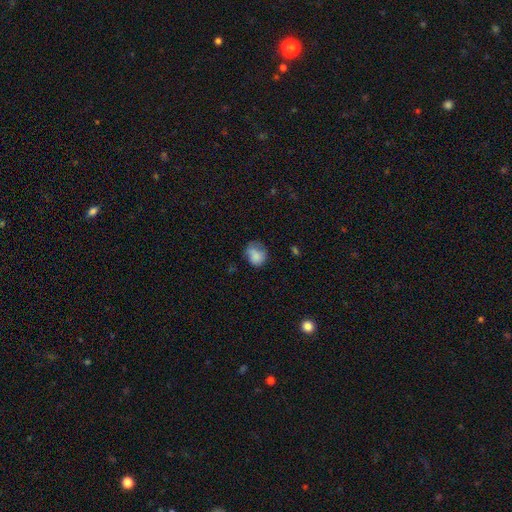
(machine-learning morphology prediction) A smooth galaxy with no disk features (80%) that is round (59%). Merging: none (48%).